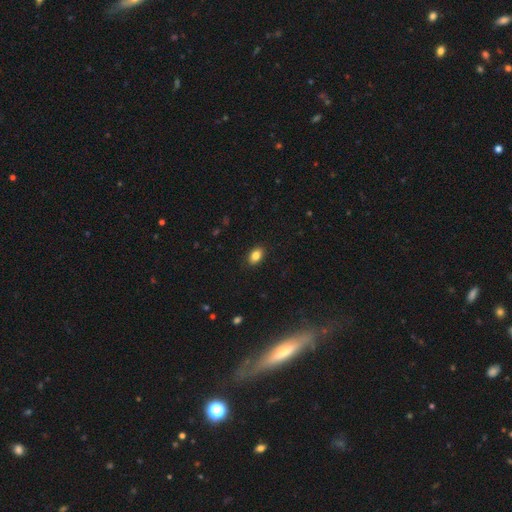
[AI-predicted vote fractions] Overall: smooth (85%). How rounded: in between (87%). Merging: none (89%).